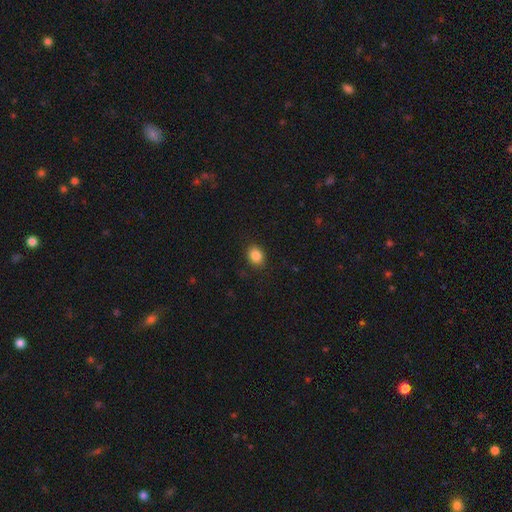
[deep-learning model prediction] The model was most divided on "how rounded": in between: 59%, round: 40%, cigar-shaped: 1%. More confident: merging — none (88%); smooth or featured — smooth (85%).